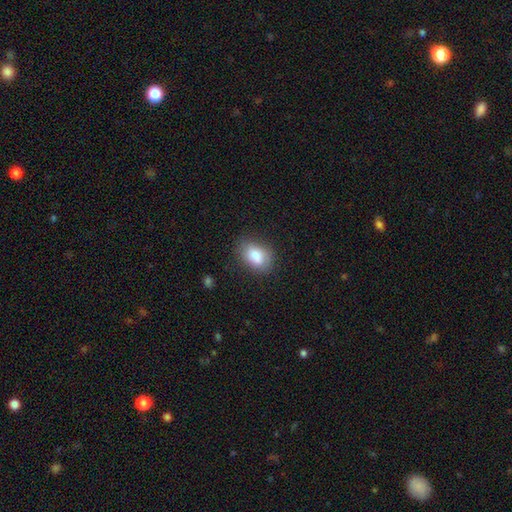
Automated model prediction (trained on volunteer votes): A smooth galaxy with no disk features (83%) that is in between round and cigar-shaped (84%). Merging: none (73%).